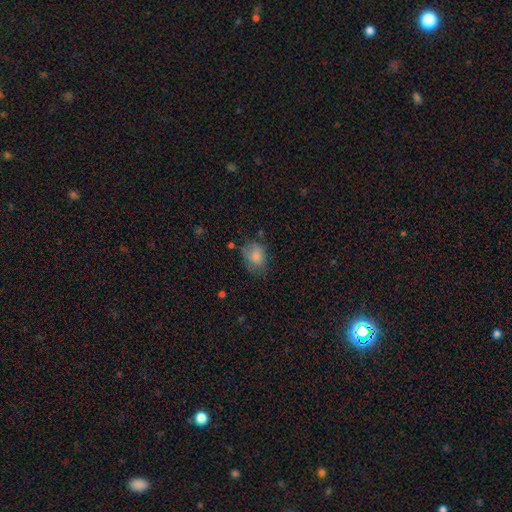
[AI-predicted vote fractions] smooth-or-featured: smooth: 80% | featured or disk: 10% | star or artifact: 9%
  how-rounded: in between: 63% | round: 35% | cigar-shaped: 1%
  merging: none: 56% | minor disturbance: 29% | major disturbance: 12% | merger: 3%